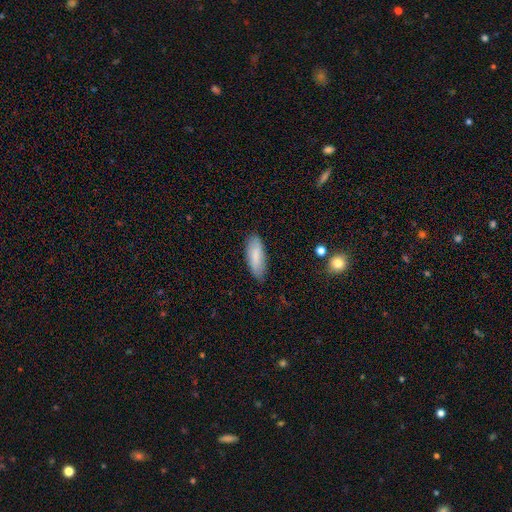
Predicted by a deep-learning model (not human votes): Morphology: type=smooth (82%); roundness=in between (70%); merging=none (83%).